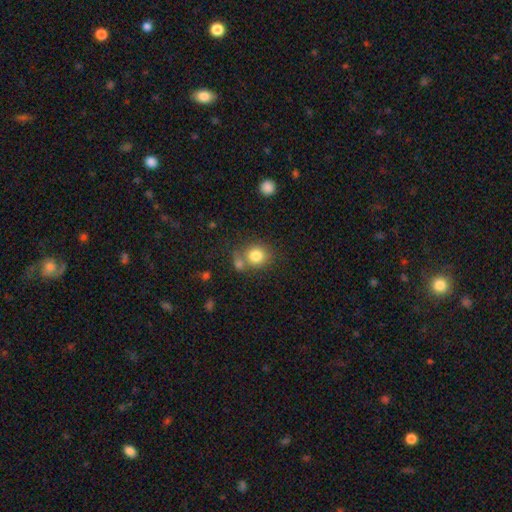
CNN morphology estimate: Overall: smooth (81%). How rounded: round (80%). Merging: none (59%; merger 25%).